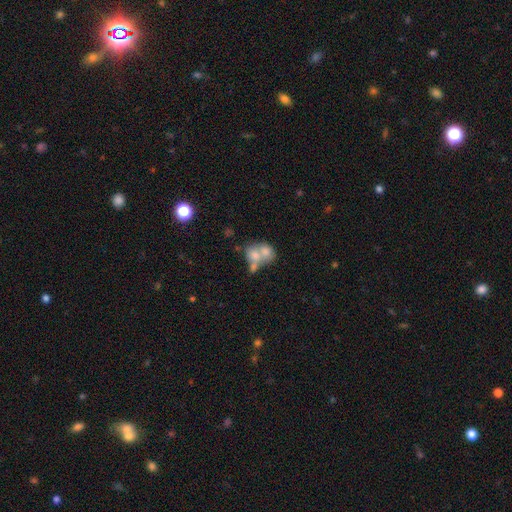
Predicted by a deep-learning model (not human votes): smooth_or_featured: smooth (p=0.65) [alt: featured or disk p=0.25]
how_rounded: in between (p=0.61) [alt: round p=0.38]
merging: merger (p=0.69) [alt: none p=0.17]